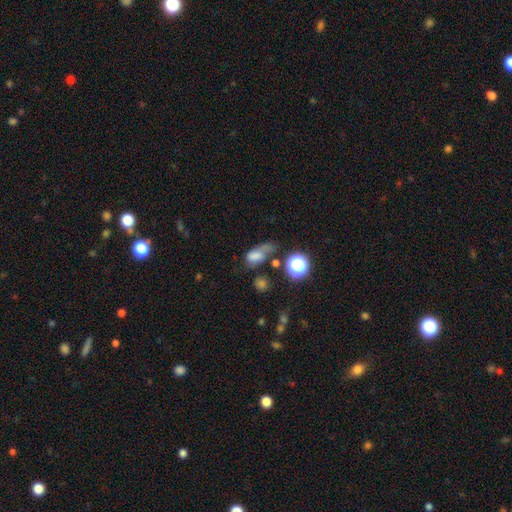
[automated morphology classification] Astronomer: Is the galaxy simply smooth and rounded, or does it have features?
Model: smooth — 65%.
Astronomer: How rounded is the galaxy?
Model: in between — 72%.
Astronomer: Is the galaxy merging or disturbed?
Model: major disturbance — 32% (runner-up: none, 27%).